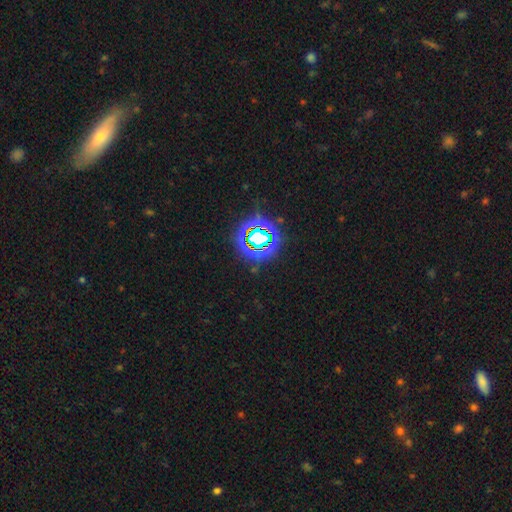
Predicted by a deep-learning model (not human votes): Smooth or featured? Predicted: star or artifact (p=0.73).